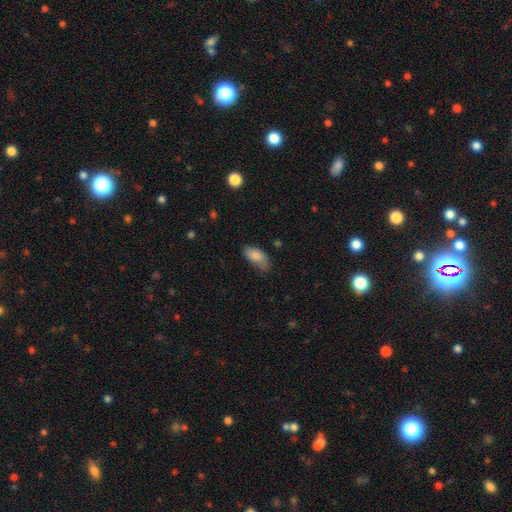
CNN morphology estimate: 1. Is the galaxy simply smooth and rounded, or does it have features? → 82% smooth, 11% featured or disk, 7% star or artifact.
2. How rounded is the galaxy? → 92% in between, 4% cigar-shaped, 3% round.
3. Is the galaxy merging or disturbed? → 62% none, 29% minor disturbance, 7% major disturbance, 2% merger.